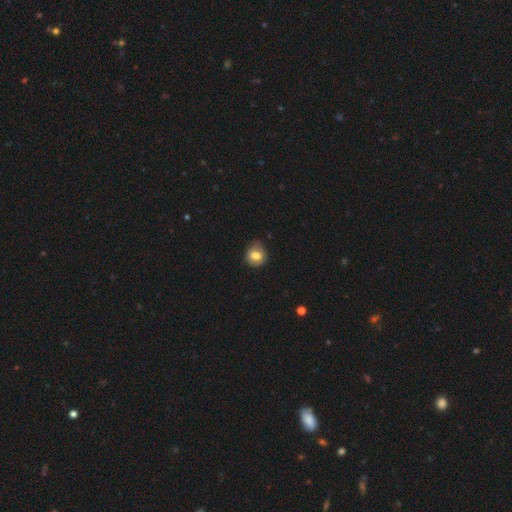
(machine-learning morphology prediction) Smooth or featured? Predicted: smooth (p=0.73). How rounded? Predicted: round (p=0.70). Merging? Predicted: none (p=0.68).